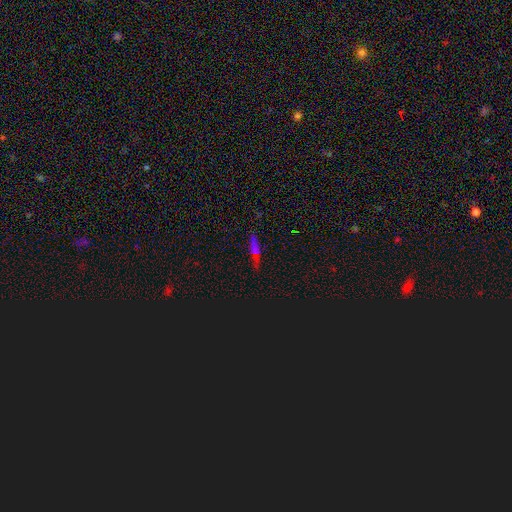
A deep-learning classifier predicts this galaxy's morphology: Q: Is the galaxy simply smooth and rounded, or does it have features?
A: smooth — 40%.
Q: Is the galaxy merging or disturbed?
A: none — 83%.